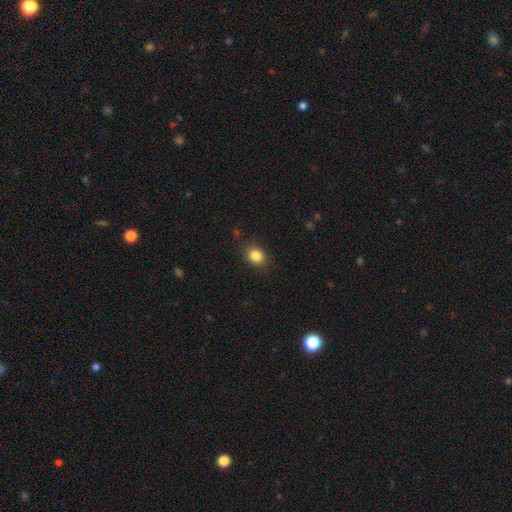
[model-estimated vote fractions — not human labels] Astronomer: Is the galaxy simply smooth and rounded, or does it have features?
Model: smooth — 84%.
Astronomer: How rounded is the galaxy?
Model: round — 60% (runner-up: in between, 39%).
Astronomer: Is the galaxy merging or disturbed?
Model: none — 85%.